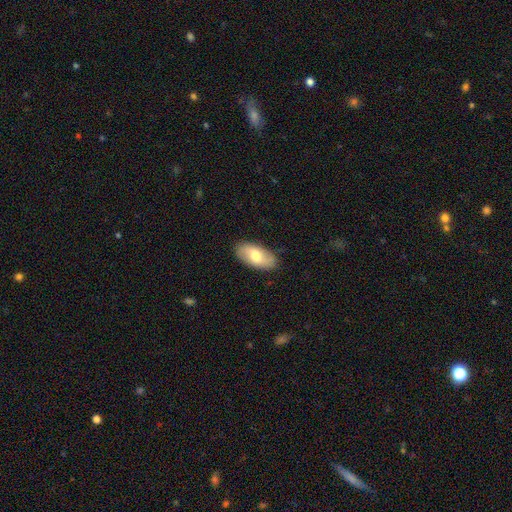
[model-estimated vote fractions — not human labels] This is likely a smooth galaxy (64%). How rounded: clearly in between (93%). Merging: clearly none (86%).